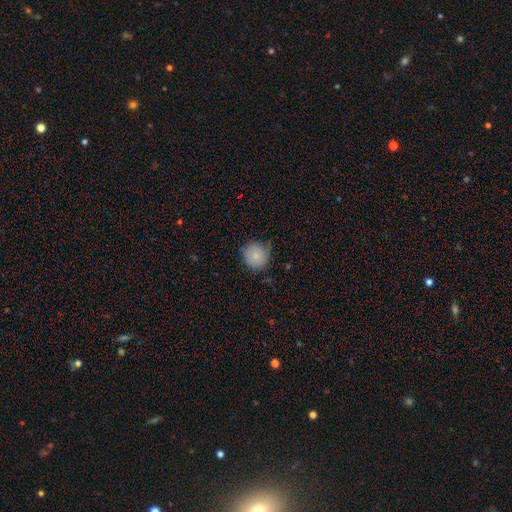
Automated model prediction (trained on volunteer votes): A smooth galaxy with no disk features (84%) that is round (91%). Merging: none (68%).